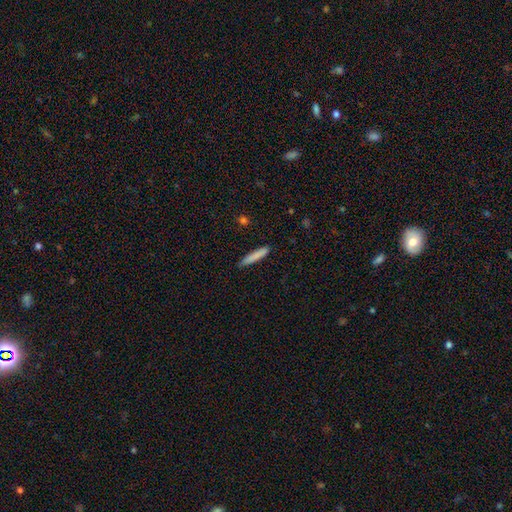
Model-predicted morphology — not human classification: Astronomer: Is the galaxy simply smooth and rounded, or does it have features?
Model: smooth — 82%.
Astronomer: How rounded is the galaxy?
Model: cigar-shaped — 92%.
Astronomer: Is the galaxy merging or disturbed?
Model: none — 86%.